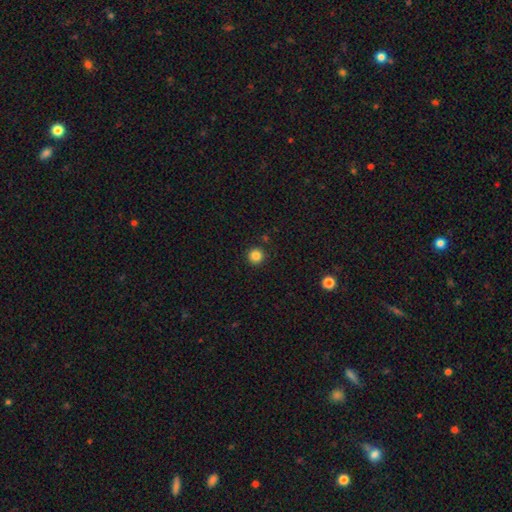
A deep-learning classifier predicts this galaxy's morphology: smooth-or-featured: smooth: 85% | star or artifact: 12% | featured or disk: 4%
  how-rounded: round: 96% | in between: 3% | cigar-shaped: 1%
  merging: none: 92% | minor disturbance: 5% | merger: 2% | major disturbance: 2%